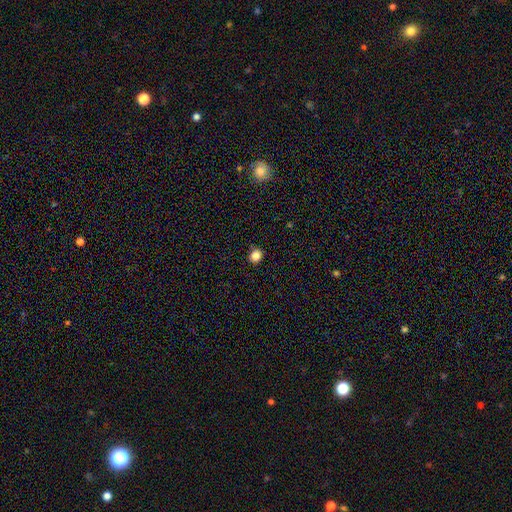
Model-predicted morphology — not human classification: Smooth or featured? Predicted: smooth (p=0.83). How rounded? Predicted: round (p=0.84). Merging? Predicted: none (p=0.88).